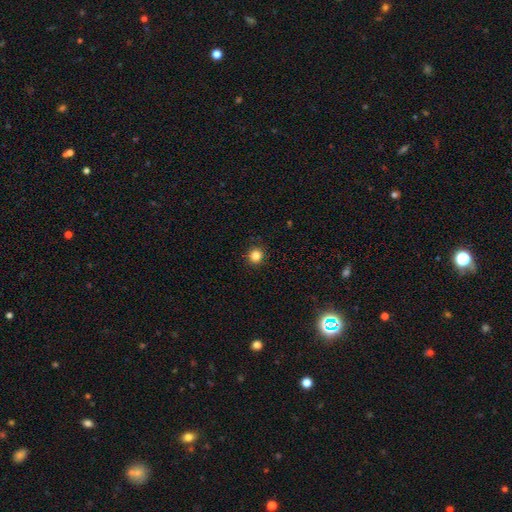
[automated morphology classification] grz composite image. It shows a smooth galaxy with no disk features (84%) that is round (90%). Merging: none (92%).